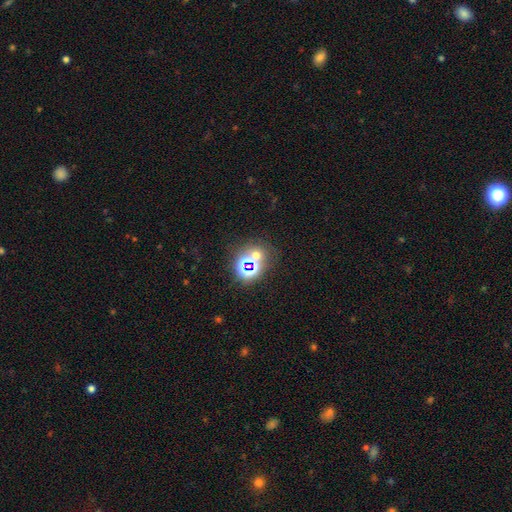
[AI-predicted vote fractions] Morphology: type=star or artifact (53%).